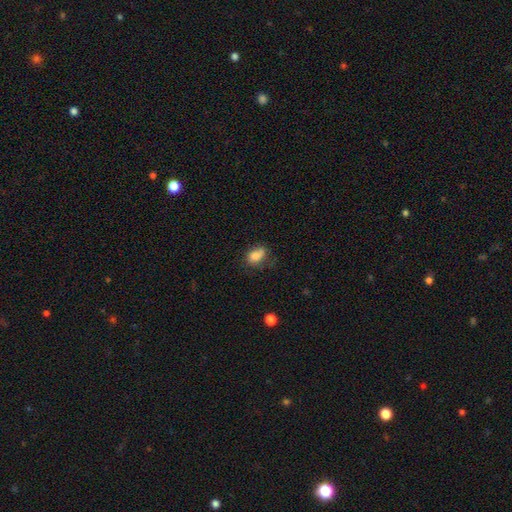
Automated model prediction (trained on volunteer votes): smooth-or-featured: smooth: 79% | featured or disk: 11% | star or artifact: 10%
  how-rounded: in between: 75% | round: 23% | cigar-shaped: 2%
  merging: none: 46% | minor disturbance: 32% | major disturbance: 14% | merger: 9%